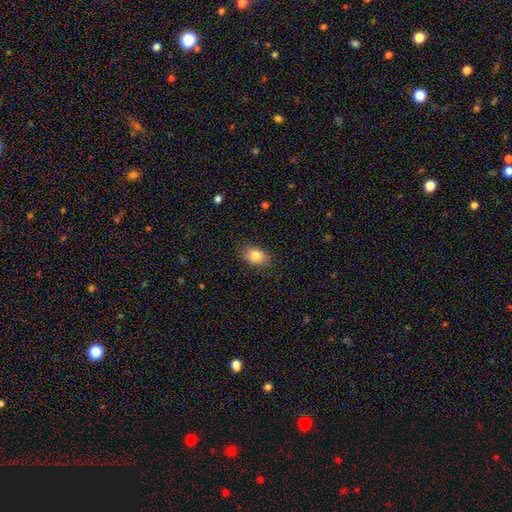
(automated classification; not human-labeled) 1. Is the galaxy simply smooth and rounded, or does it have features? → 84% smooth, 9% star or artifact, 8% featured or disk.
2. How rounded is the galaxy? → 76% in between, 23% round, 1% cigar-shaped.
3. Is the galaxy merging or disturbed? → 85% none, 11% minor disturbance, 3% major disturbance, 1% merger.